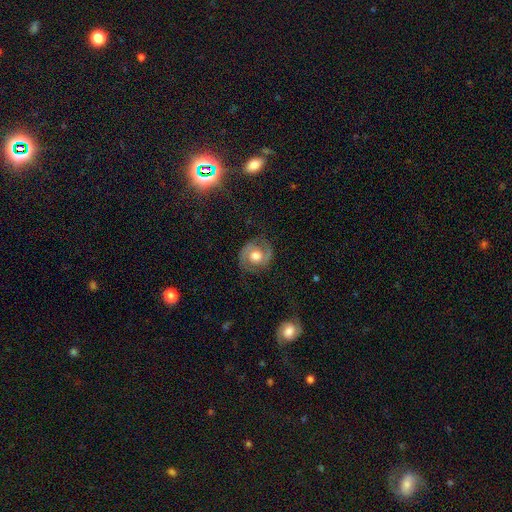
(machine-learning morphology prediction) Q: Smooth or featured?
A: featured or disk (70%); runner-up: smooth (23%)
Q: Edge-on disk?
A: no (97%); runner-up: yes (3%)
Q: Bar?
A: no (71%); runner-up: weak (23%)
Q: Spiral arms?
A: yes (85%); runner-up: no (15%)
Q: Spiral winding?
A: medium (47%); runner-up: tight (36%)
Q: Spiral arm count?
A: 2 (87%); runner-up: can't tell (6%)
Q: Bulge size?
A: moderate (49%); runner-up: large (42%)
Q: Merging?
A: none (76%); runner-up: minor disturbance (15%)